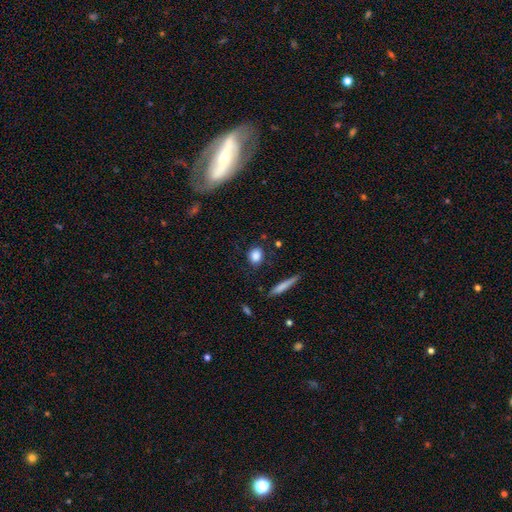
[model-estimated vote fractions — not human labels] Overall: smooth (86%). How rounded: round (48%; in between 47%). Merging: none (82%).